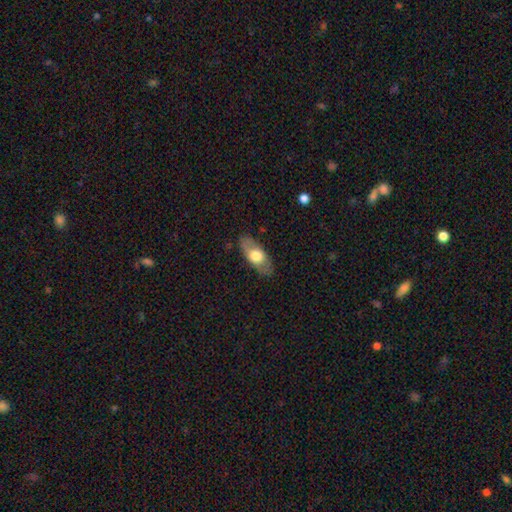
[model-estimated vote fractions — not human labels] This appears to be a smooth galaxy with no disk features (60%) that is in between round and cigar-shaped (84%). Merging: none (83%).